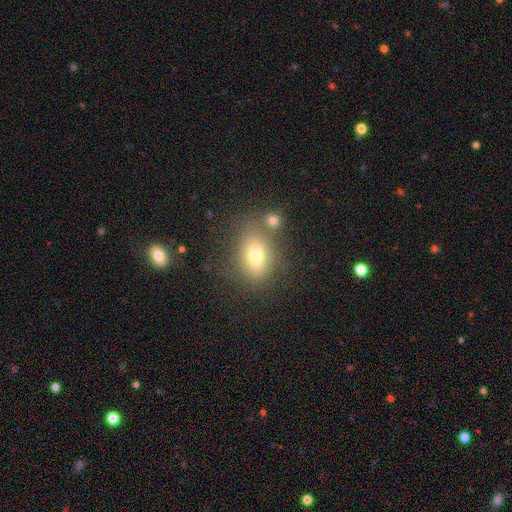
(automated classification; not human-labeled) Q: Smooth or featured?
A: smooth (74%); runner-up: featured or disk (14%)
Q: How rounded?
A: in between (76%); runner-up: round (22%)
Q: Merging?
A: none (67%); runner-up: minor disturbance (14%)